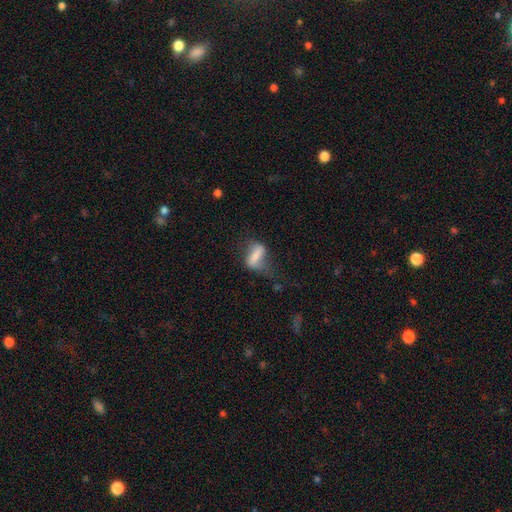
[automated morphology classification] Overall: smooth (55%; featured or disk 35%). How rounded: in between (67%; cigar-shaped 27%). Merging: none (35%; major disturbance 32%).